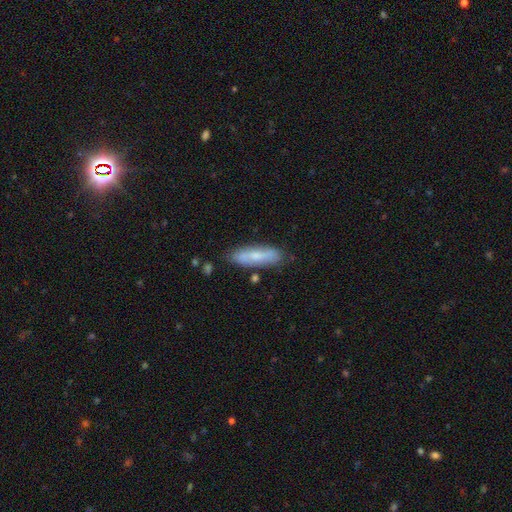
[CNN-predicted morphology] This is possibly a smooth galaxy (58%). How rounded: likely cigar-shaped (66%). Merging: clearly none (80%).